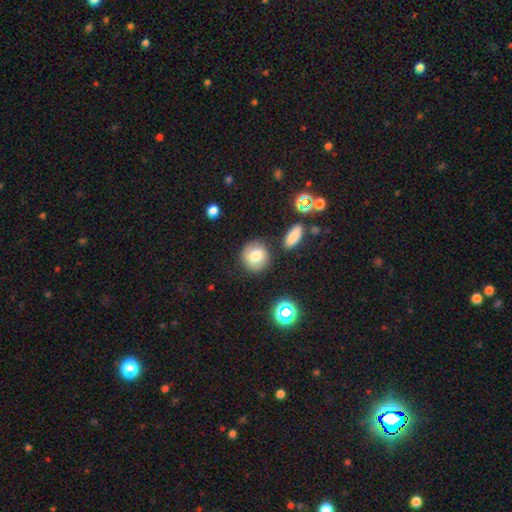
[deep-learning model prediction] A smooth galaxy with no disk features (76%) that is round (84%).

Vote fractions:
- Smooth or featured? smooth: 76% / featured or disk: 13% / star or artifact: 11%
- How rounded? round: 84% / in between: 15% / cigar-shaped: 1%
- Merging? none: 80% / minor disturbance: 12% / merger: 5% / major disturbance: 4%